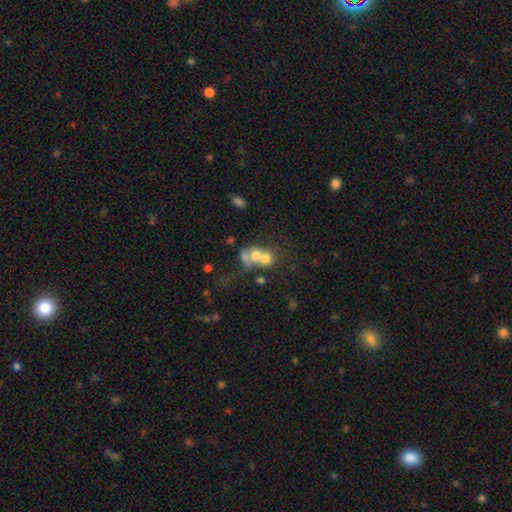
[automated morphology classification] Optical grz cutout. It shows a smooth galaxy with no disk features (55%) that is round (63%). Merging: merger (64%).